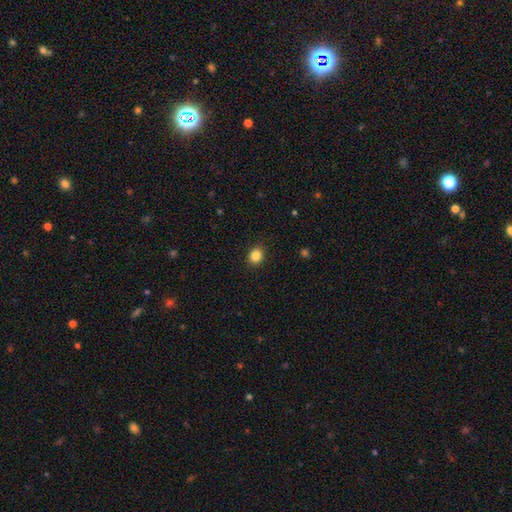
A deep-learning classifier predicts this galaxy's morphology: The model was most divided on "how rounded": round: 72%, in between: 27%, cigar-shaped: 1%. More confident: merging — none (90%); smooth or featured — smooth (85%).